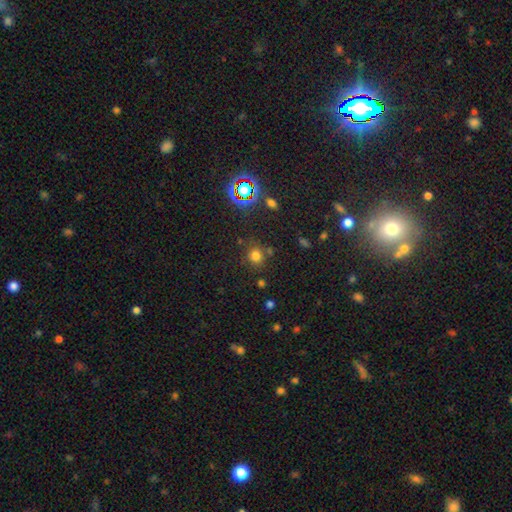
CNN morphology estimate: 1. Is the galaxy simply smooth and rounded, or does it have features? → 71% smooth, 23% star or artifact, 7% featured or disk.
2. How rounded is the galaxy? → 88% round, 11% in between, 1% cigar-shaped.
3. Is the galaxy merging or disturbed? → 79% none, 10% minor disturbance, 7% merger, 4% major disturbance.